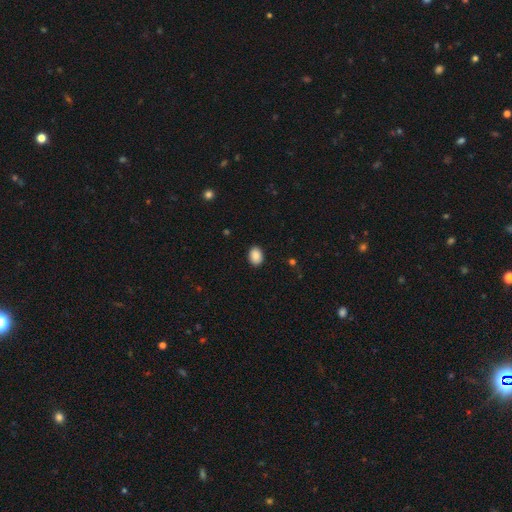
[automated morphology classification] type=smooth (89%); roundness=in between (74%); merging=none (90%).